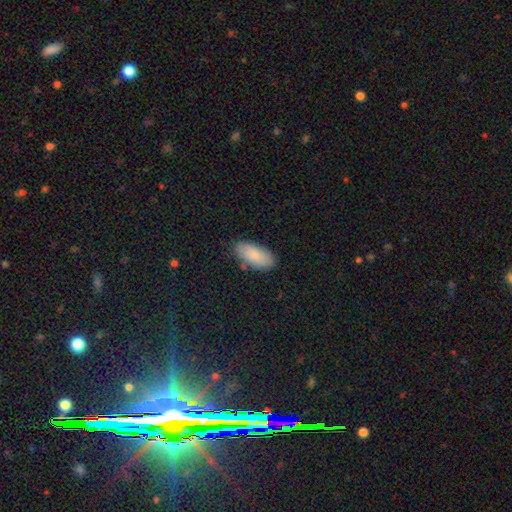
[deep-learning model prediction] This is clearly a smooth galaxy (85%). How rounded: clearly in between (91%). Merging: clearly none (82%).